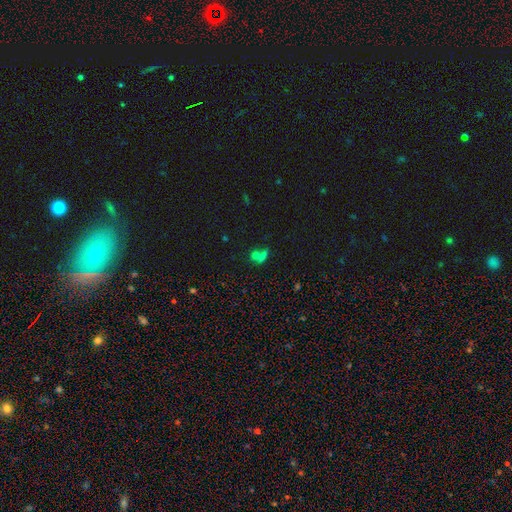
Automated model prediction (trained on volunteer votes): Morphology: type=smooth (55%); roundness=round (51%); merging=merger (45%).